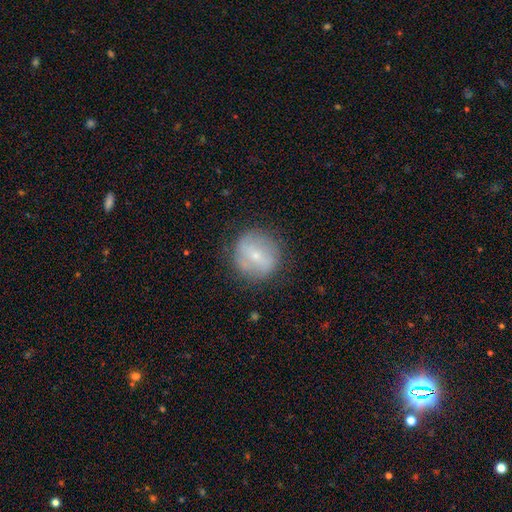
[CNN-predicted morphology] Smooth or featured? Predicted: featured or disk (p=0.48). Merging? Predicted: none (p=0.79).